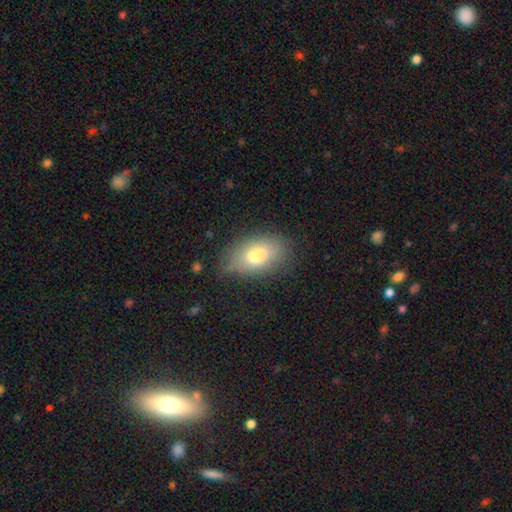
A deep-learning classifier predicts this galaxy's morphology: Smooth or featured?
  - smooth: 75% *
  - featured or disk: 16%
  - star or artifact: 9%
How rounded?
  - in between: 90% *
  - round: 7%
  - cigar-shaped: 3%
Merging?
  - none: 76% *
  - minor disturbance: 18%
  - major disturbance: 5%
  - merger: 2%